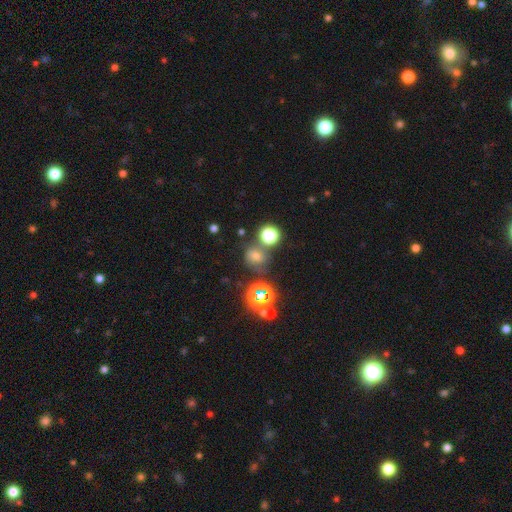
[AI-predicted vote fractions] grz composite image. It shows a smooth galaxy with no disk features (53%) that is round (71%). Merging: none (64%).